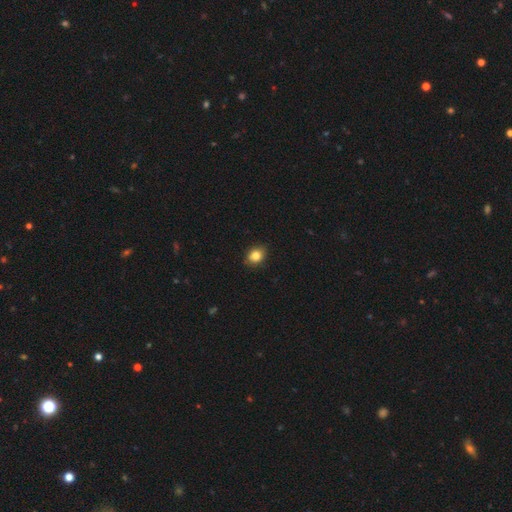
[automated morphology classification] The model was most divided on "how rounded": round: 50%, in between: 49%, cigar-shaped: 1%. More confident: merging — none (85%); smooth or featured — smooth (83%).